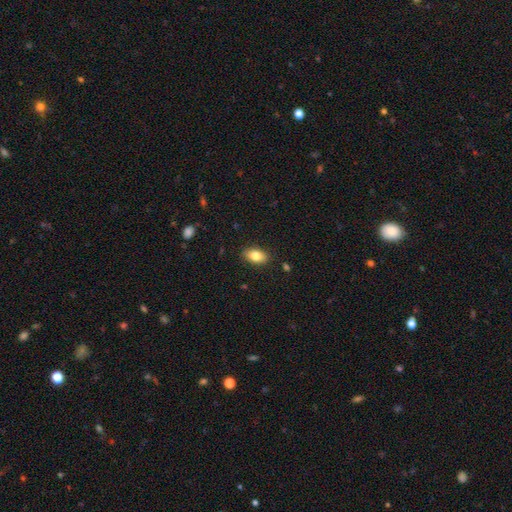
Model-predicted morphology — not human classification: Smooth or featured? smooth (82%)
How rounded? in between (90%)
Merging? none (87%)